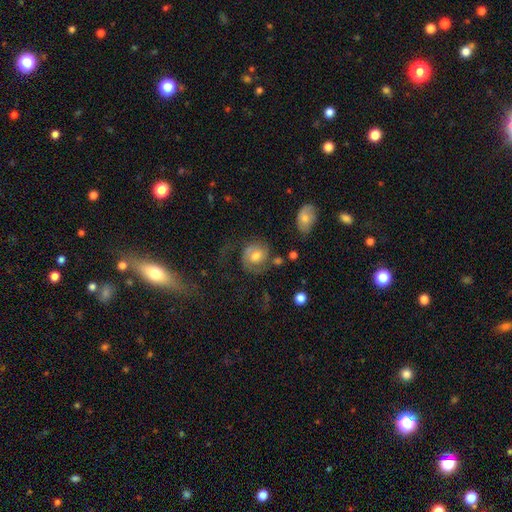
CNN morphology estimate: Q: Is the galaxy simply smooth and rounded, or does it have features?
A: featured or disk — 56%.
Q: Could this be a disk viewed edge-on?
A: no — 97%.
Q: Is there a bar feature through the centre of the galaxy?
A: no — 64%.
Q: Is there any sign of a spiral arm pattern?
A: yes — 80%.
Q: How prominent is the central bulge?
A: moderate — 70%.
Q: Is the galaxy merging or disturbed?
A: none — 47%.